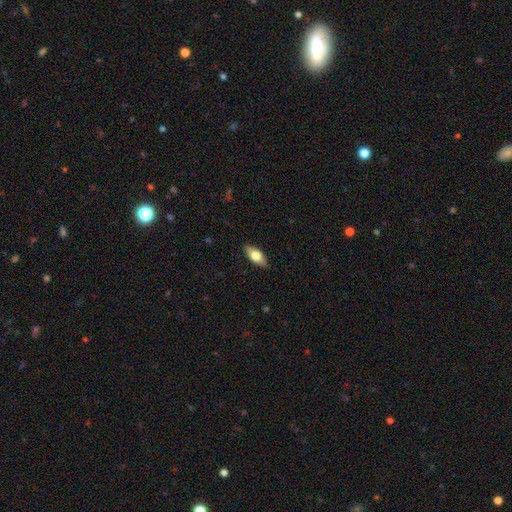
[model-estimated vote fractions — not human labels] smooth-or-featured: smooth: 63% | featured or disk: 31% | star or artifact: 6%
  how-rounded: in between: 79% | cigar-shaped: 18% | round: 3%
  merging: none: 88% | minor disturbance: 9% | major disturbance: 2% | merger: 1%